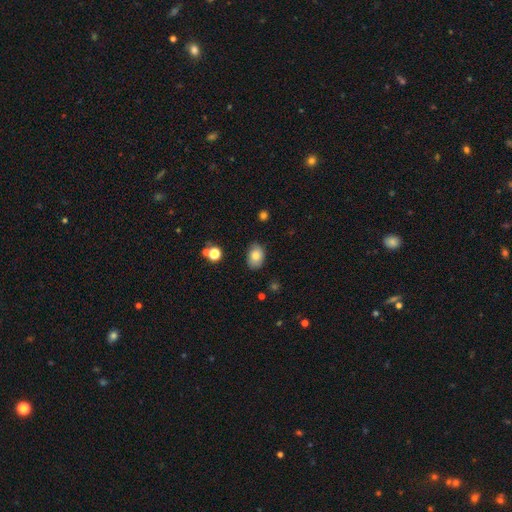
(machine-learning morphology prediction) This appears to be a smooth galaxy with no disk features (80%) that is in between round and cigar-shaped (81%). Merging: none (81%).